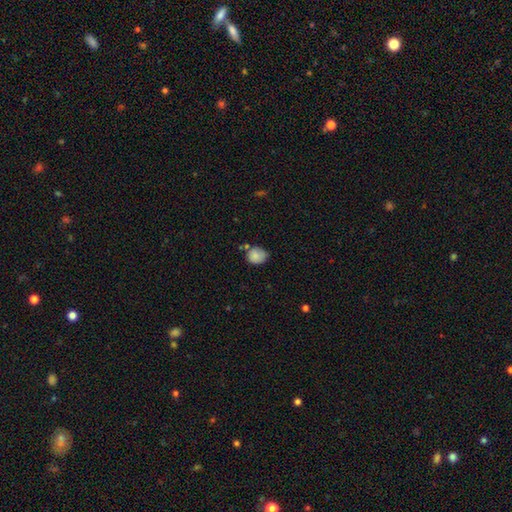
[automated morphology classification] smooth_or_featured: smooth (p=0.83) [alt: star or artifact p=0.09]
how_rounded: round (p=0.63) [alt: in between p=0.36]
merging: none (p=0.56) [alt: minor disturbance p=0.31]